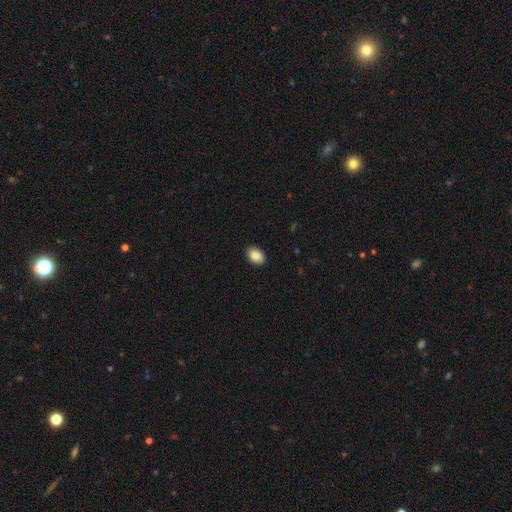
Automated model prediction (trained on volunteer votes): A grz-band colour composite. It shows a smooth galaxy with no disk features (89%) that is in between round and cigar-shaped (83%). Merging: none (89%).